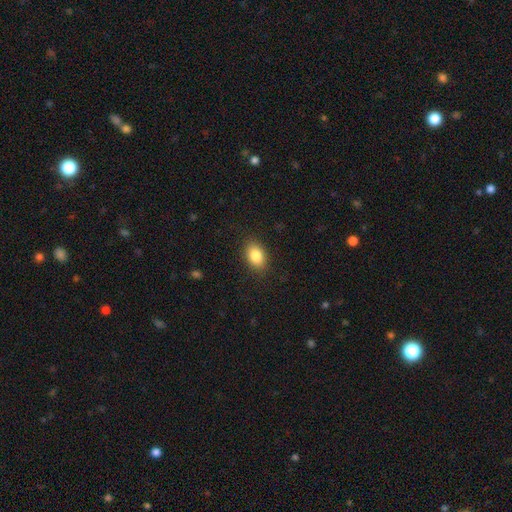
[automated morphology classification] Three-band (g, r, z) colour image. It shows a smooth galaxy with no disk features (85%) that is in between round and cigar-shaped (82%). Merging: none (87%).